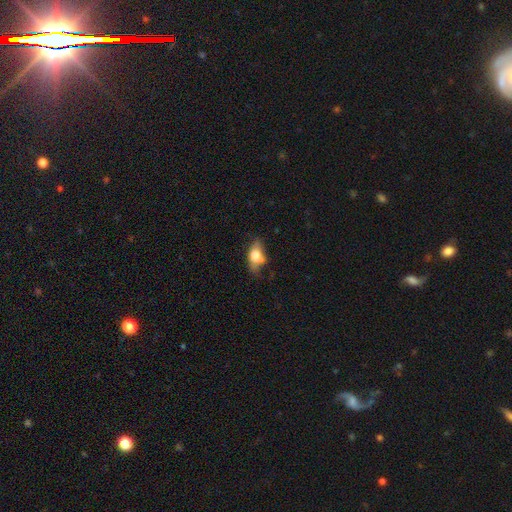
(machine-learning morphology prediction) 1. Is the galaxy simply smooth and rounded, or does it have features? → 65% smooth, 27% featured or disk, 9% star or artifact.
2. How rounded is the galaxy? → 81% in between, 12% round, 8% cigar-shaped.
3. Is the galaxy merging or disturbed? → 47% none, 32% minor disturbance, 15% major disturbance, 6% merger.